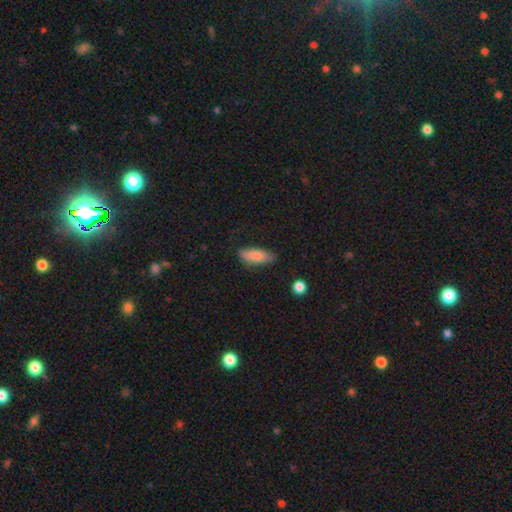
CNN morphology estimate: This is clearly a smooth galaxy (83%). How rounded: likely in between (69%). Merging: likely none (76%).